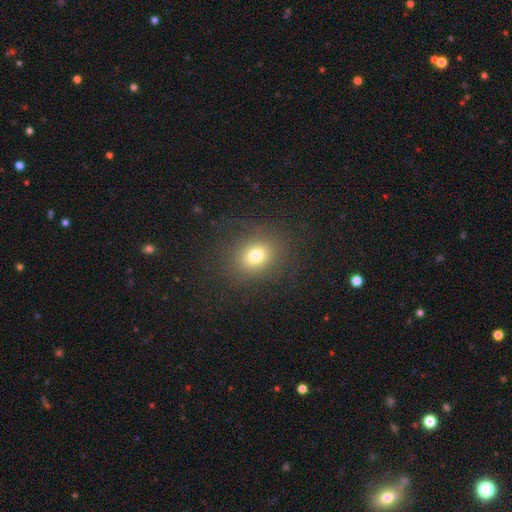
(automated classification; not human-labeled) Morphology: type=smooth (74%); roundness=round (54%); merging=none (81%).